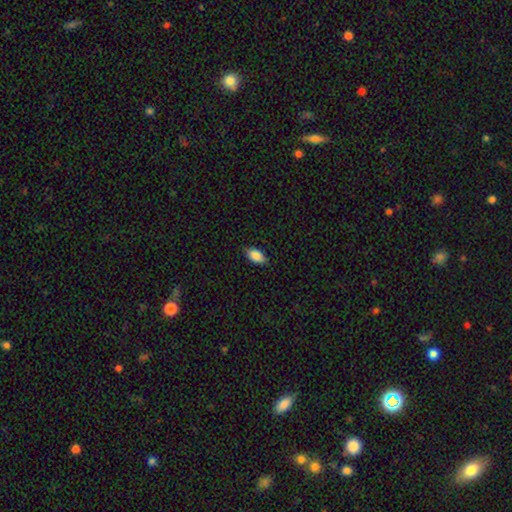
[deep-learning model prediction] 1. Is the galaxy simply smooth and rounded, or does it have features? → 87% smooth, 7% star or artifact, 6% featured or disk.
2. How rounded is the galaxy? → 92% in between, 4% round, 4% cigar-shaped.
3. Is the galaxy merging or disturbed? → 84% none, 12% minor disturbance, 2% major disturbance, 1% merger.